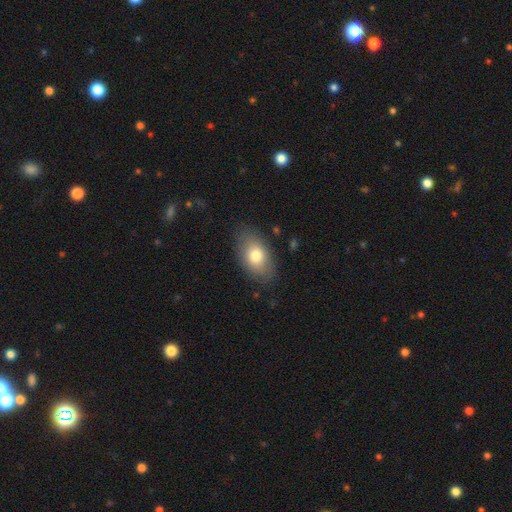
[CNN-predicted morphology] Smooth or featured: smooth — 77% (featured or disk — 15%)
How rounded: in between — 90% (round — 8%)
Merging: none — 82% (minor disturbance — 13%)